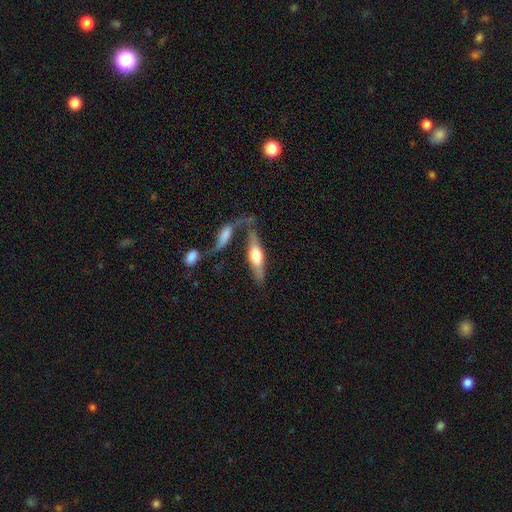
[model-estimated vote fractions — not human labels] Overall: featured or disk (53%; smooth 42%). Edge-on disk: yes (85%). Merging: none (51%; merger 22%).